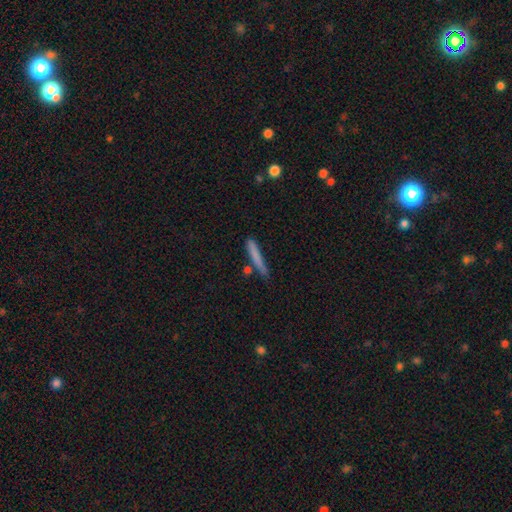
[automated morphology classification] Smooth or featured?
  - smooth: 74% *
  - featured or disk: 19%
  - star or artifact: 7%
How rounded?
  - cigar-shaped: 94% *
  - in between: 4%
  - round: 2%
Merging?
  - none: 67% *
  - minor disturbance: 20%
  - merger: 7%
  - major disturbance: 5%